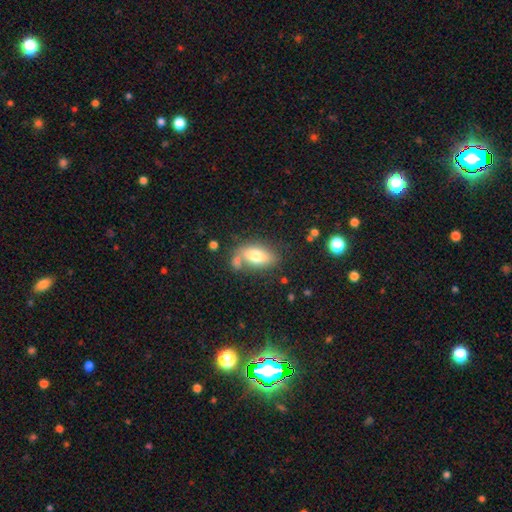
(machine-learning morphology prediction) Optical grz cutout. It shows a smooth galaxy with no disk features (73%) that is in between round and cigar-shaped (88%). Merging: none (61%).